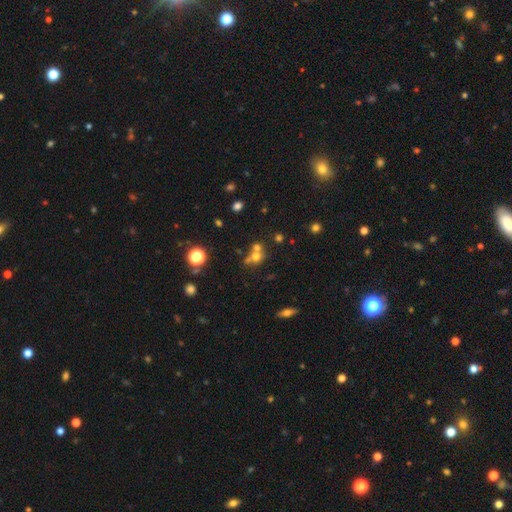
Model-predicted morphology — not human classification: smooth-or-featured: smooth: 60% | star or artifact: 21% | featured or disk: 19%
  how-rounded: round: 77% | in between: 21% | cigar-shaped: 2%
  merging: merger: 50% | none: 37% | minor disturbance: 8% | major disturbance: 5%